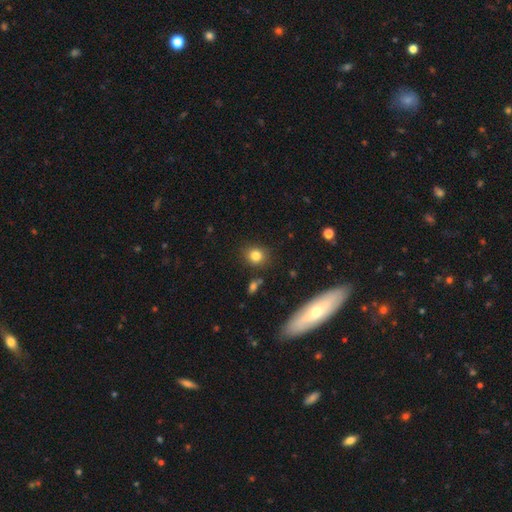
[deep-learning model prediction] This appears to be a smooth galaxy with no disk features (82%) that is round (78%). Merging: none (86%).